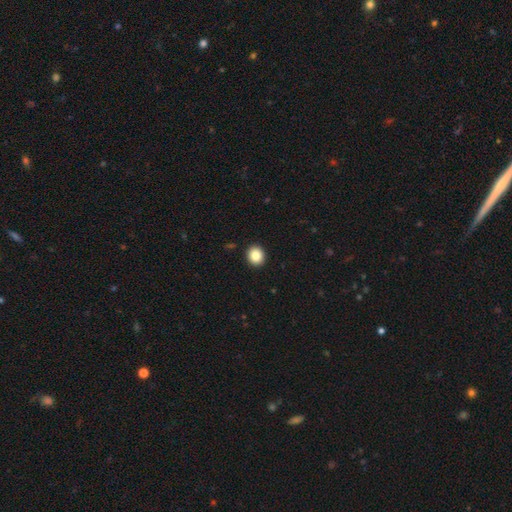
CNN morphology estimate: type=smooth (86%); roundness=round (80%); merging=none (93%).